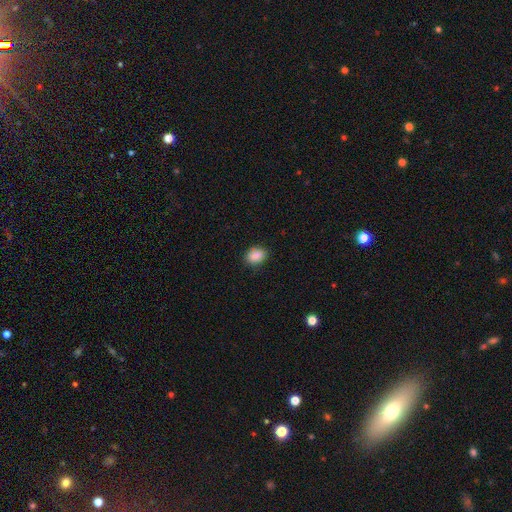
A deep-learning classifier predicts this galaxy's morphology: Smooth or featured?
  - smooth: 89% *
  - star or artifact: 8%
  - featured or disk: 3%
How rounded?
  - in between: 68% *
  - round: 31%
  - cigar-shaped: 1%
Merging?
  - none: 86% *
  - minor disturbance: 11%
  - major disturbance: 2%
  - merger: 1%